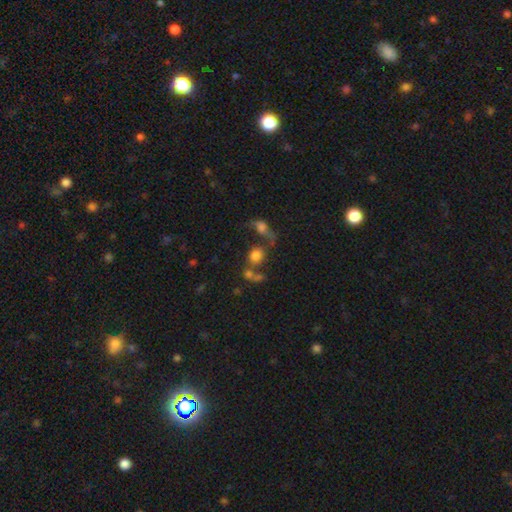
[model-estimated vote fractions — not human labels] Smooth or featured?
  - smooth: 69% *
  - featured or disk: 16%
  - star or artifact: 15%
How rounded?
  - round: 78% *
  - in between: 21%
  - cigar-shaped: 2%
Merging?
  - merger: 40% *
  - none: 38%
  - major disturbance: 12%
  - minor disturbance: 11%